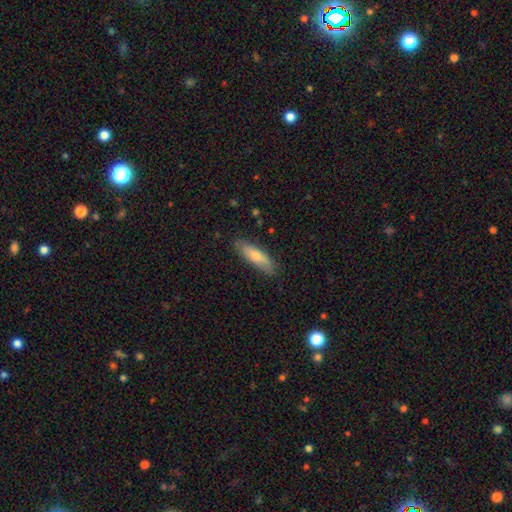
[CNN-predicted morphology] A smooth galaxy with no disk features (66%) that is cigar-shaped (58%).

Vote fractions:
- Smooth or featured? smooth: 66% / featured or disk: 28% / star or artifact: 6%
- How rounded? cigar-shaped: 58% / in between: 40% / round: 2%
- Merging? none: 84% / minor disturbance: 13% / major disturbance: 2% / merger: 1%